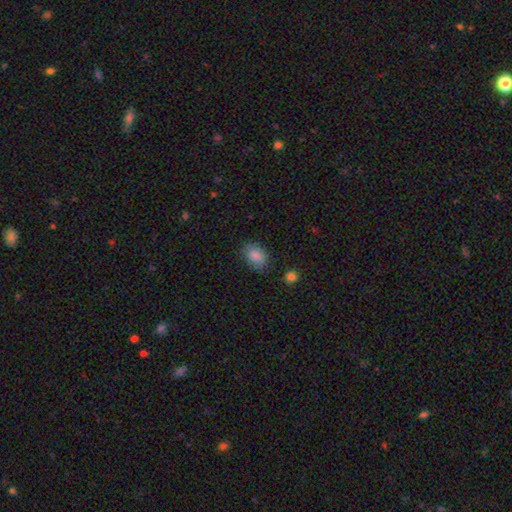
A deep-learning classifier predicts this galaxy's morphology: Overall: smooth (86%). How rounded: in between (76%). Merging: none (75%).